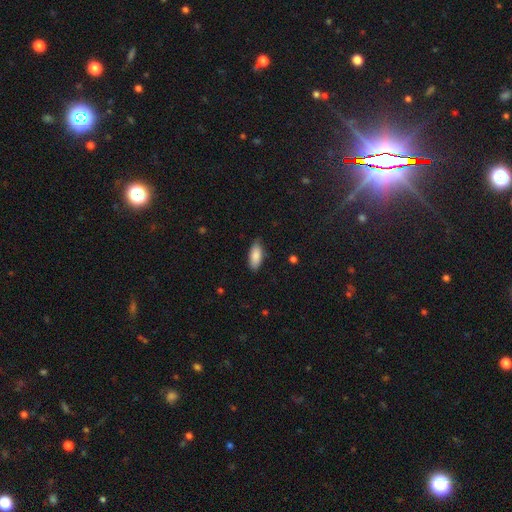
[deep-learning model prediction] Smooth or featured?
  - smooth: 87% *
  - featured or disk: 7%
  - star or artifact: 6%
How rounded?
  - in between: 84% *
  - cigar-shaped: 15%
  - round: 2%
Merging?
  - none: 82% *
  - minor disturbance: 14%
  - major disturbance: 2%
  - merger: 1%